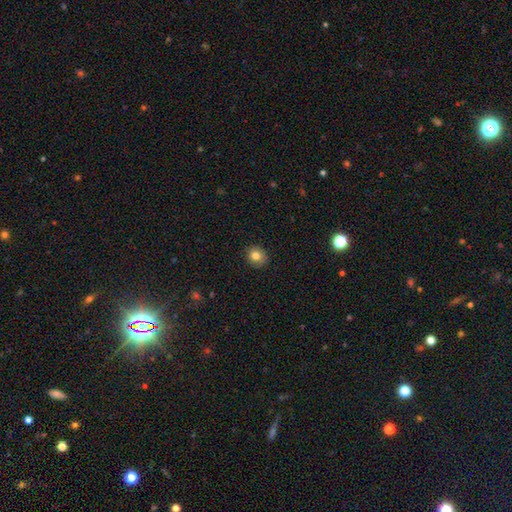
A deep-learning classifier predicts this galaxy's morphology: Overall: smooth (81%). How rounded: round (76%). Merging: none (88%).